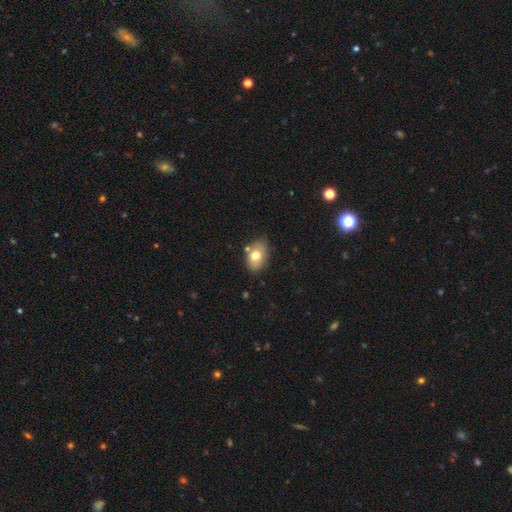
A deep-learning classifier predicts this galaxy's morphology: Smooth or featured: smooth — 72% (featured or disk — 20%)
How rounded: in between — 84% (round — 15%)
Merging: none — 72% (minor disturbance — 17%)